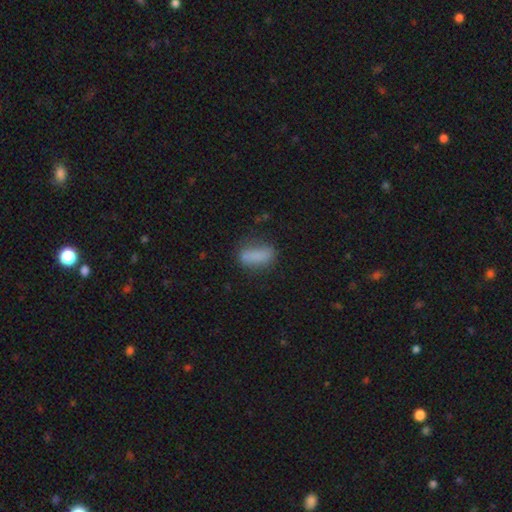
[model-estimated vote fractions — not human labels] Overall: smooth (81%). How rounded: in between (70%). Merging: none (65%).